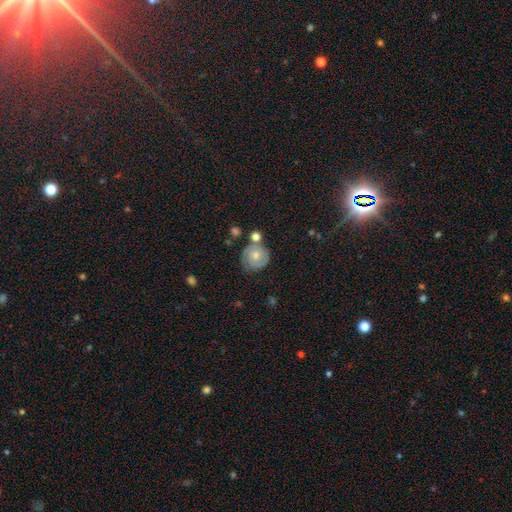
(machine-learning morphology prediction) Smooth or featured? featured or disk (50%)
Merging? none (63%)